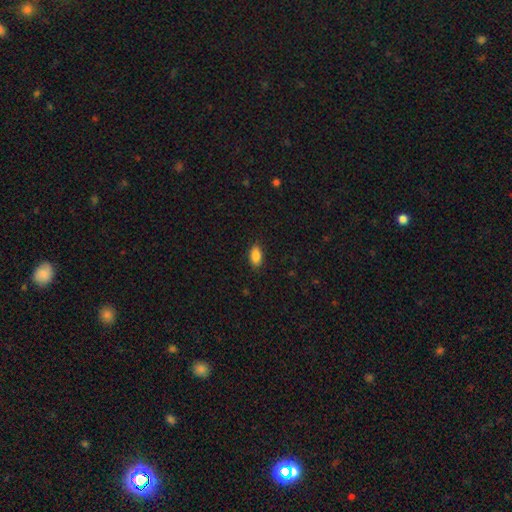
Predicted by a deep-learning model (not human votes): Smooth or featured? smooth (87%)
How rounded? in between (91%)
Merging? none (86%)